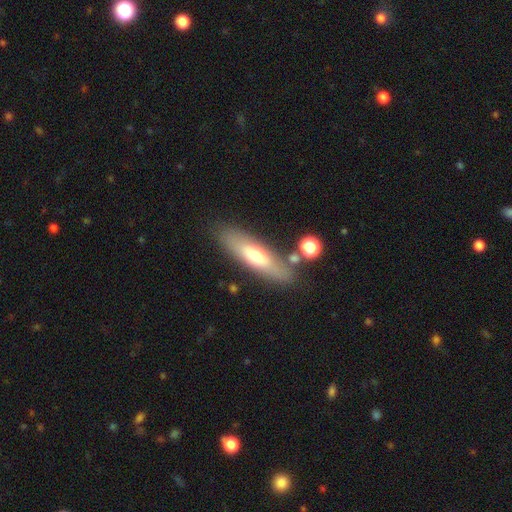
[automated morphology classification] Smooth or featured? Predicted: smooth (p=0.57). How rounded? Predicted: cigar-shaped (p=0.56). Merging? Predicted: none (p=0.77).